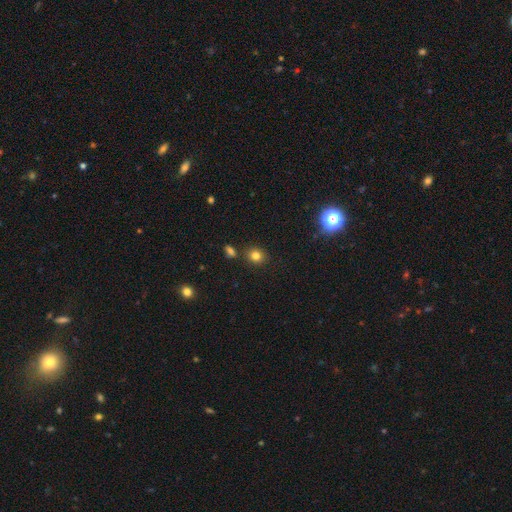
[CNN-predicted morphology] A smooth galaxy with no disk features (80%) that is round (74%).

Vote fractions:
- Smooth or featured? smooth: 80% / star or artifact: 14% / featured or disk: 6%
- How rounded? round: 74% / in between: 25% / cigar-shaped: 1%
- Merging? none: 81% / minor disturbance: 9% / merger: 7% / major disturbance: 3%